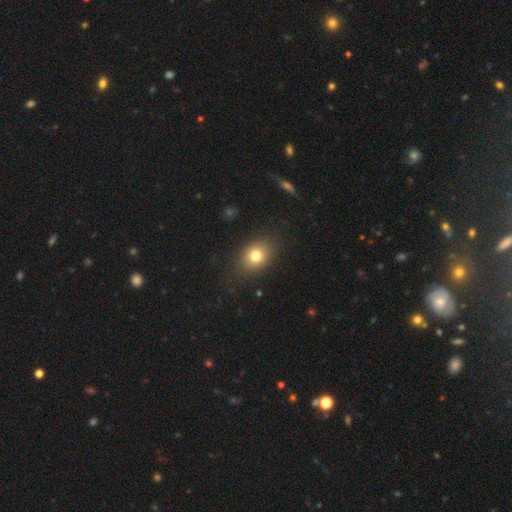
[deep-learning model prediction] The model was most divided on "how rounded": in between: 59%, round: 40%, cigar-shaped: 1%. More confident: merging — none (84%); smooth or featured — smooth (78%).